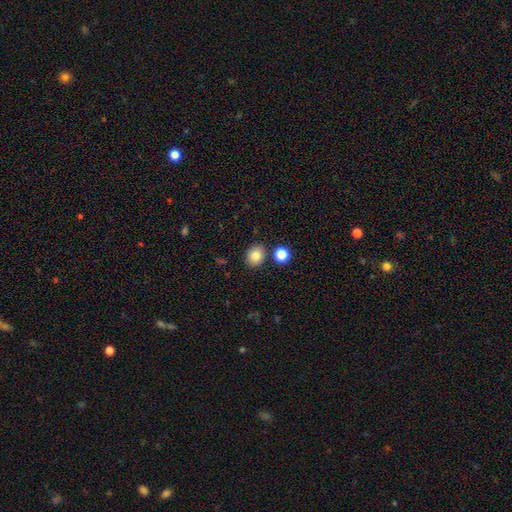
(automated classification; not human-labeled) smooth_or_featured: smooth (p=0.83) [alt: star or artifact p=0.11]
how_rounded: round (p=0.67) [alt: in between p=0.33]
merging: none (p=0.83) [alt: minor disturbance p=0.08]